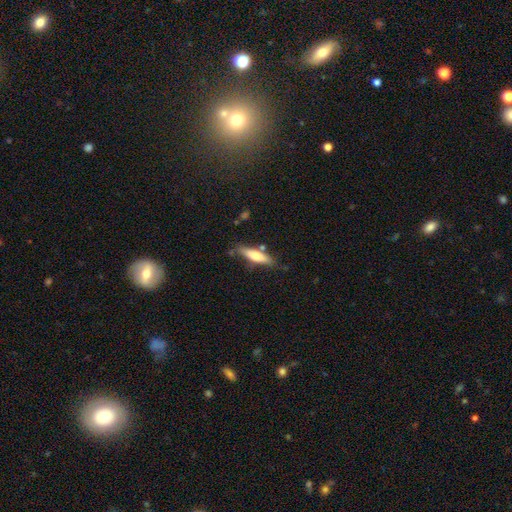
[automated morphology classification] Smooth or featured: smooth — 62% (featured or disk — 32%)
How rounded: cigar-shaped — 69% (in between — 29%)
Merging: none — 75% (minor disturbance — 15%)